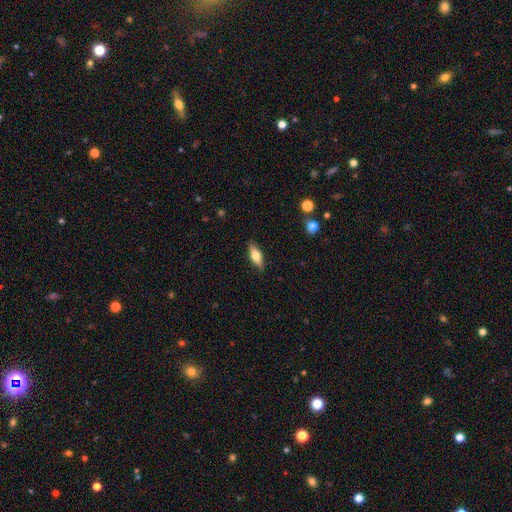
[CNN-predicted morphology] Smooth or featured: smooth — 51% (featured or disk — 42%)
How rounded: in between — 54% (cigar-shaped — 43%)
Merging: none — 87% (minor disturbance — 10%)